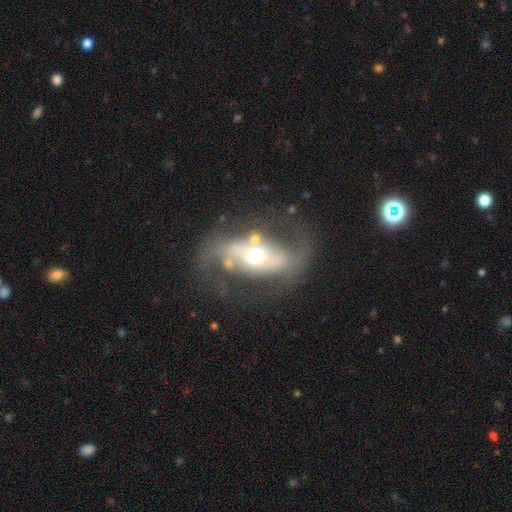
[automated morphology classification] Smooth or featured? Predicted: featured or disk (p=0.78). Edge-on disk? Predicted: no (p=0.92). Bar? Predicted: no (p=0.39). Spiral arms? Predicted: yes (p=0.72). Spiral winding? Predicted: loose (p=0.46). Spiral arm count? Predicted: 2 (p=0.85). Bulge size? Predicted: moderate (p=0.69). Merging? Predicted: none (p=0.58).